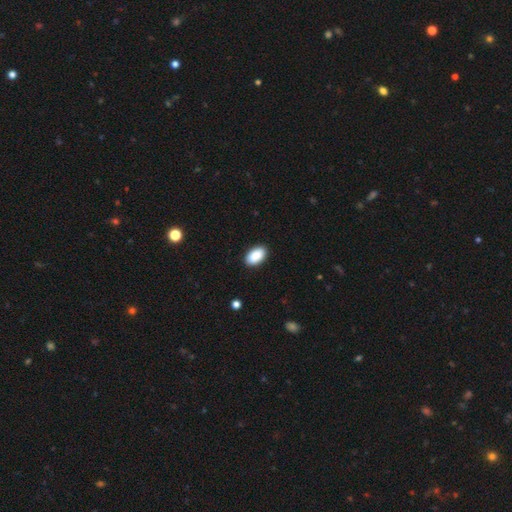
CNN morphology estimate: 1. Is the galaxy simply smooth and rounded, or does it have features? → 90% smooth, 6% star or artifact, 3% featured or disk.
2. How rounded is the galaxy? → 94% in between, 4% round, 2% cigar-shaped.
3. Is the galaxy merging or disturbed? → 90% none, 8% minor disturbance, 2% major disturbance, 1% merger.